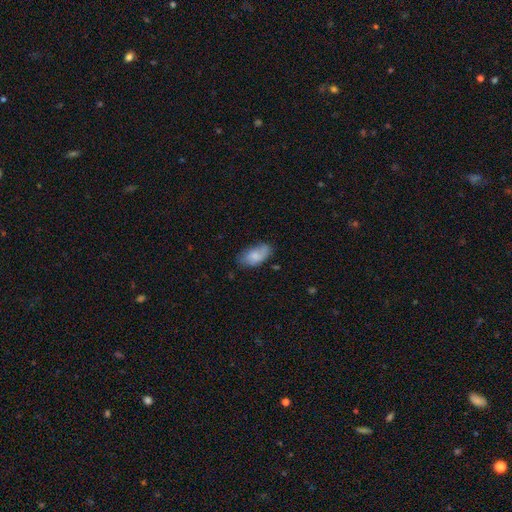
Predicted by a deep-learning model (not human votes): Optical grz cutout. It shows a smooth galaxy with no disk features (74%) that is in between round and cigar-shaped (93%). Merging: none (63%).